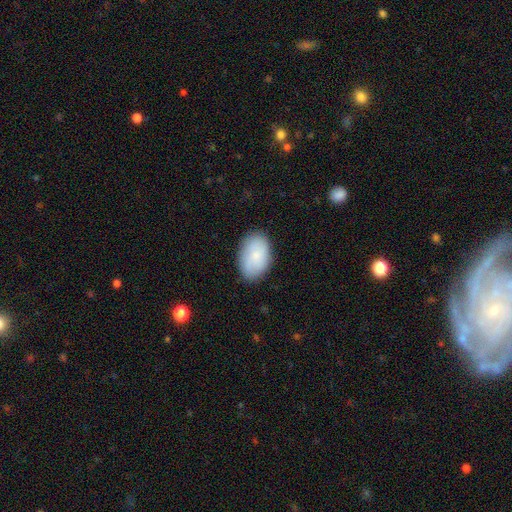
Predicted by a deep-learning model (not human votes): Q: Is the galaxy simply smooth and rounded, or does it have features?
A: smooth — 77%.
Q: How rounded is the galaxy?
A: in between — 90%.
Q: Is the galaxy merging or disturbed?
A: none — 83%.